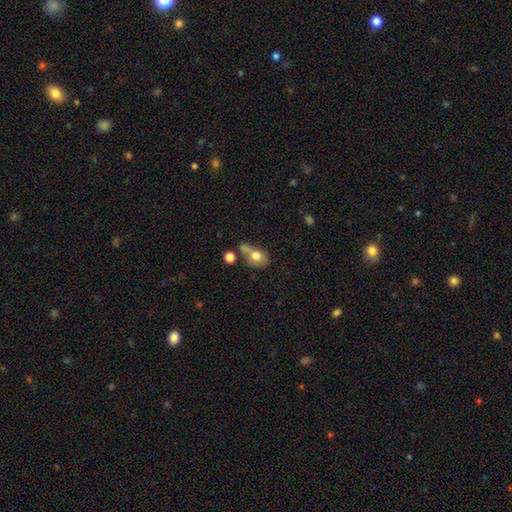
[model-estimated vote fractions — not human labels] smooth-or-featured: smooth: 72% | featured or disk: 18% | star or artifact: 10%
  how-rounded: in between: 58% | round: 39% | cigar-shaped: 3%
  merging: merger: 31% | none: 30% | minor disturbance: 20% | major disturbance: 19%